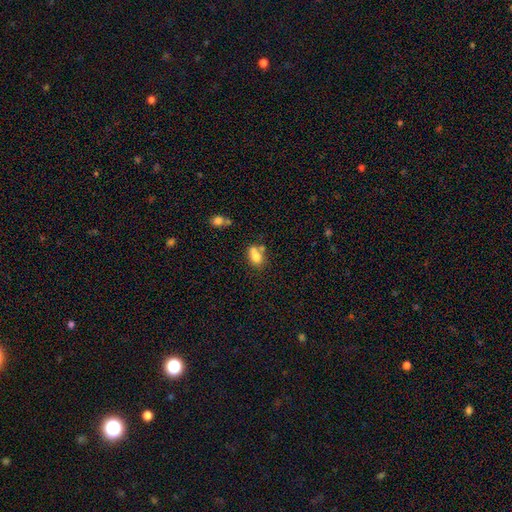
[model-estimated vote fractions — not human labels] smooth 72%, featured or disk 16%, star or artifact 11%. Down the decision tree: how rounded — in between (64%); merging — merger (45%).